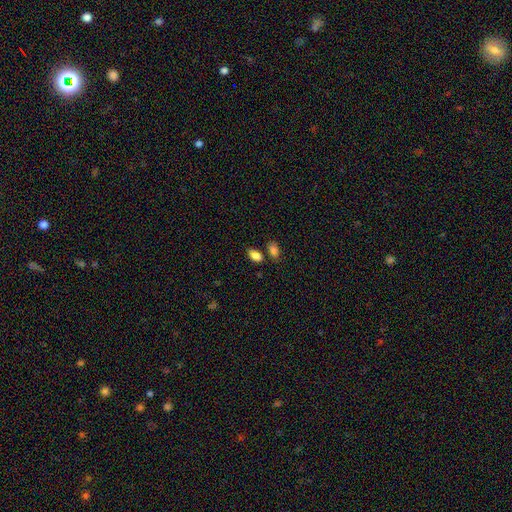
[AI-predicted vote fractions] The model was most divided on "merging": none: 66%, merger: 15%, minor disturbance: 15%, major disturbance: 4%. More confident: how rounded — in between (91%); smooth or featured — smooth (83%).